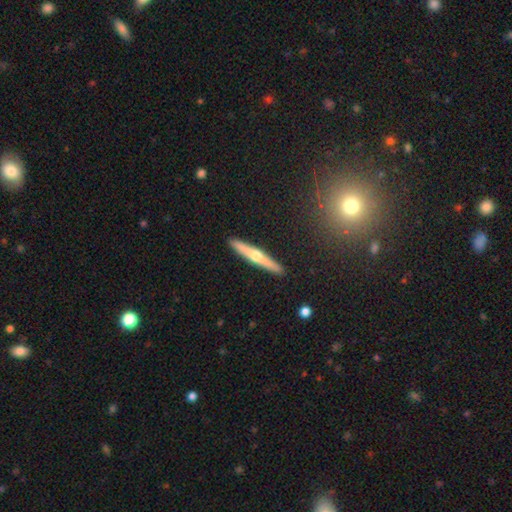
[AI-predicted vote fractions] Smooth or featured? featured or disk (59%)
Edge-on disk? yes (96%)
Edge-on bulge? rounded (88%)
Merging? none (92%)